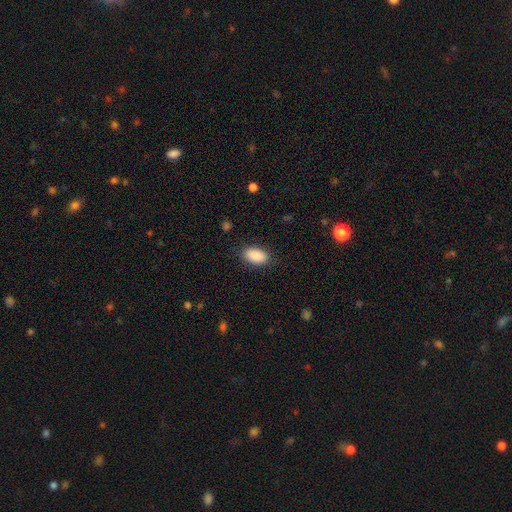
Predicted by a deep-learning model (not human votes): Overall: smooth (90%). How rounded: in between (93%). Merging: none (85%).